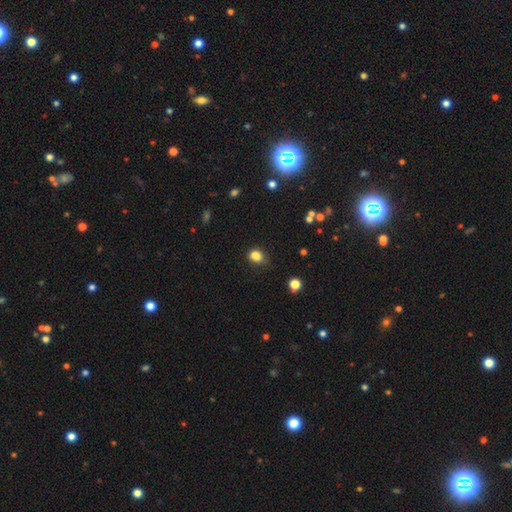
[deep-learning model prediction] smooth-or-featured: smooth: 83% | star or artifact: 12% | featured or disk: 5%
  how-rounded: round: 51% | in between: 48% | cigar-shaped: 1%
  merging: none: 68% | minor disturbance: 23% | major disturbance: 5% | merger: 4%